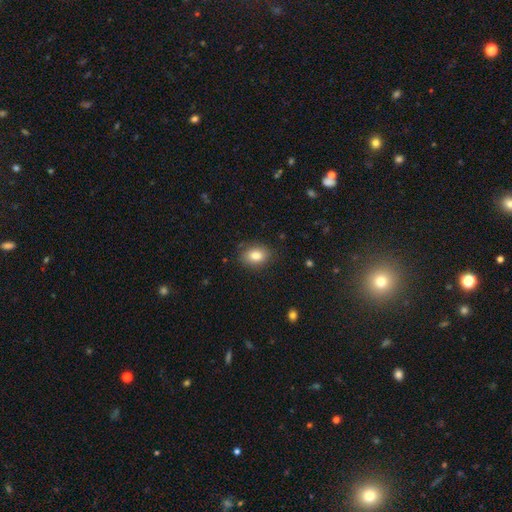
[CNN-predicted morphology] type=smooth (83%); roundness=in between (70%); merging=none (83%).